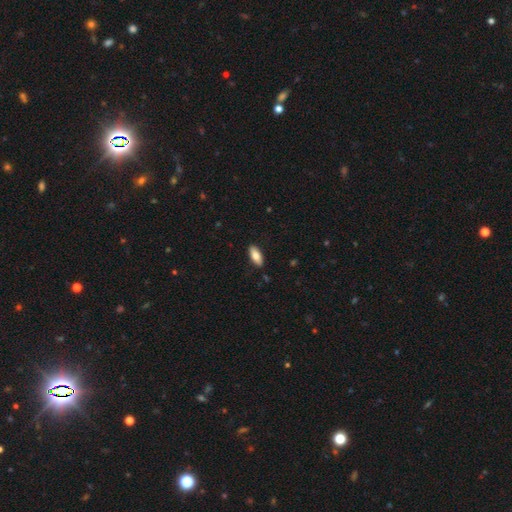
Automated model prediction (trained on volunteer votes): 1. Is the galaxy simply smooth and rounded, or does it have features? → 79% smooth, 15% featured or disk, 6% star or artifact.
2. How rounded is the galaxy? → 79% in between, 19% cigar-shaped, 2% round.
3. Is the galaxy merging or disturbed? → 88% none, 9% minor disturbance, 2% major disturbance, 1% merger.